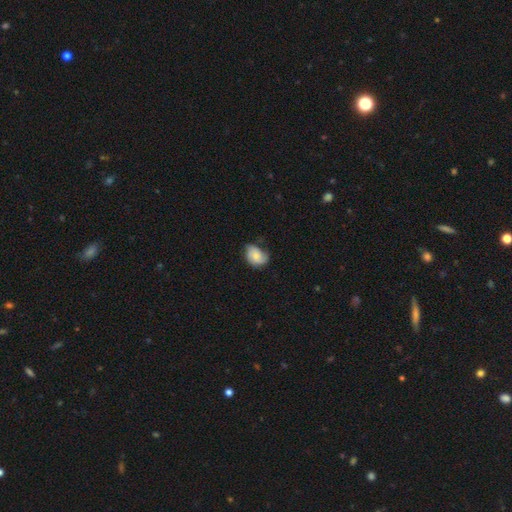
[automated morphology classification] smooth 64%, featured or disk 29%, star or artifact 7%. Down the decision tree: how rounded — in between (69%); merging — none (44%).